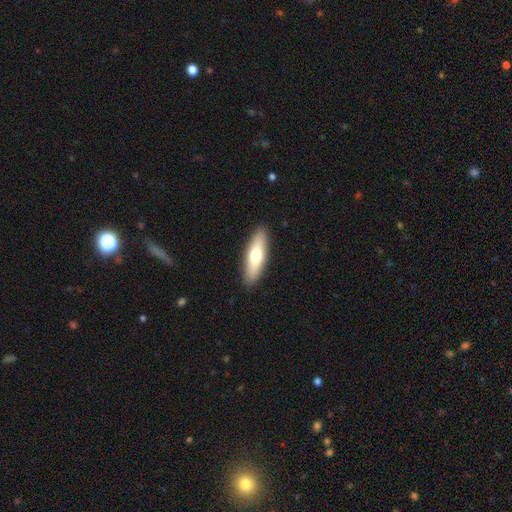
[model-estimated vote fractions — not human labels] This is likely a smooth galaxy (66%). How rounded: possibly cigar-shaped (52%). Merging: clearly none (90%).